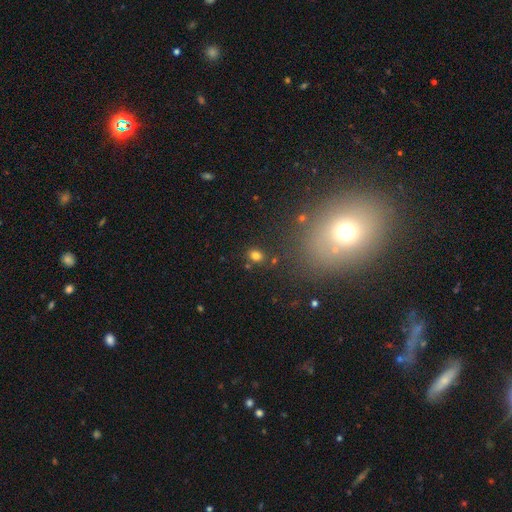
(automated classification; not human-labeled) This appears to be a smooth galaxy with no disk features (78%) that is in between round and cigar-shaped (53%). Merging: none (81%).